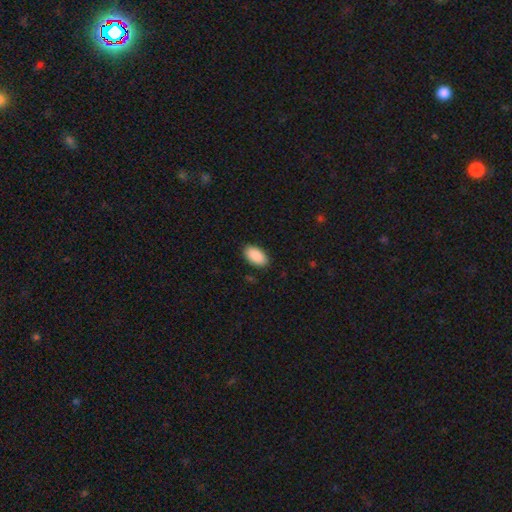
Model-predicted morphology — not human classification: The model was most divided on "merging": none: 89%, minor disturbance: 8%, major disturbance: 2%, merger: 1%. More confident: how rounded — in between (95%); smooth or featured — smooth (91%).